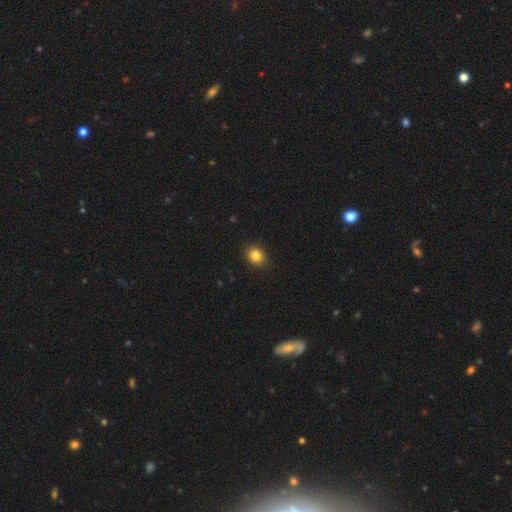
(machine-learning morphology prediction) Smooth or featured?
  - smooth: 84% *
  - star or artifact: 11%
  - featured or disk: 5%
How rounded?
  - round: 61% *
  - in between: 38%
  - cigar-shaped: 1%
Merging?
  - none: 90% *
  - minor disturbance: 7%
  - major disturbance: 2%
  - merger: 1%